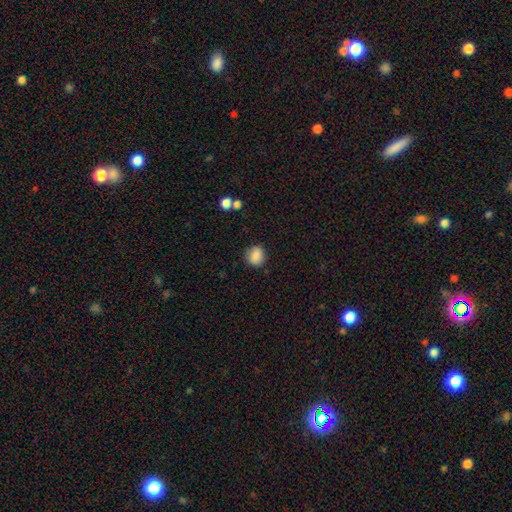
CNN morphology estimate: Q: Smooth or featured?
A: smooth (85%); runner-up: star or artifact (9%)
Q: How rounded?
A: round (73%); runner-up: in between (26%)
Q: Merging?
A: none (81%); runner-up: minor disturbance (14%)